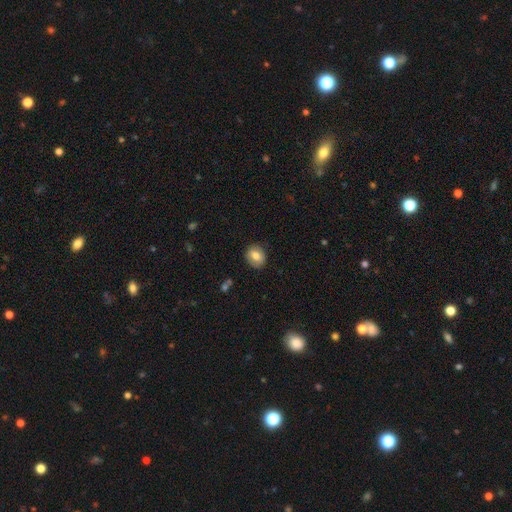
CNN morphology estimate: Overall: smooth (77%). How rounded: round (62%; in between 37%). Merging: none (86%).